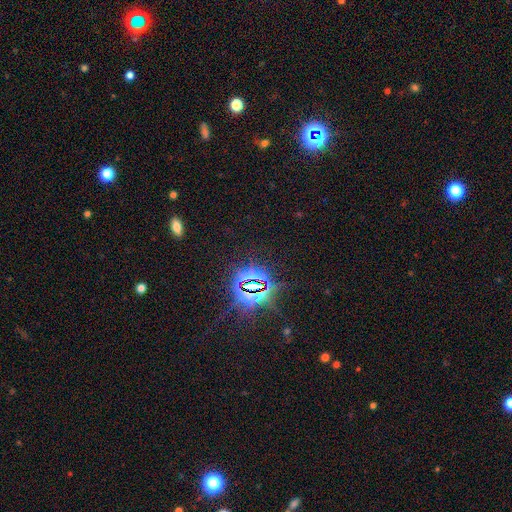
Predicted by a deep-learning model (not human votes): This appears to be a star or artifact, not a galaxy (84%).